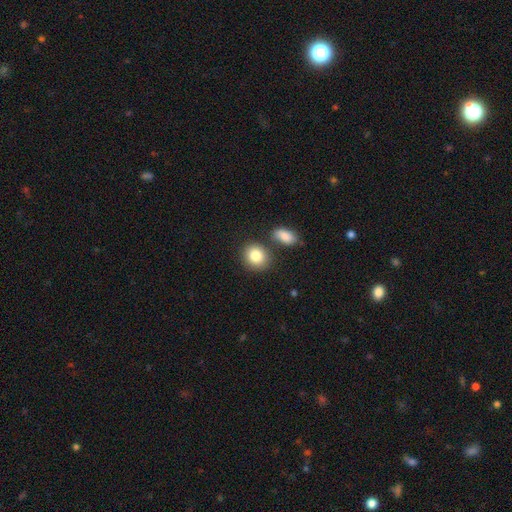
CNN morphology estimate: smooth-or-featured: smooth: 84% | star or artifact: 8% | featured or disk: 8%
  how-rounded: round: 67% | in between: 32% | cigar-shaped: 1%
  merging: none: 72% | merger: 15% | minor disturbance: 11% | major disturbance: 3%